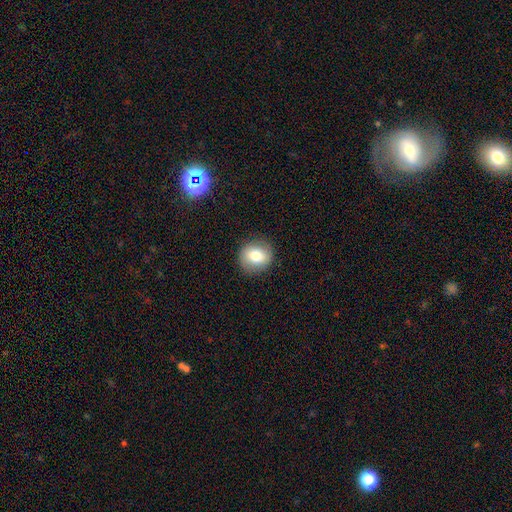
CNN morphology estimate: A smooth galaxy with no disk features (74%) that is round (82%).

Vote fractions:
- Smooth or featured? smooth: 74% / featured or disk: 18% / star or artifact: 8%
- How rounded? round: 82% / in between: 17% / cigar-shaped: 1%
- Merging? none: 88% / minor disturbance: 9% / major disturbance: 3% / merger: 1%